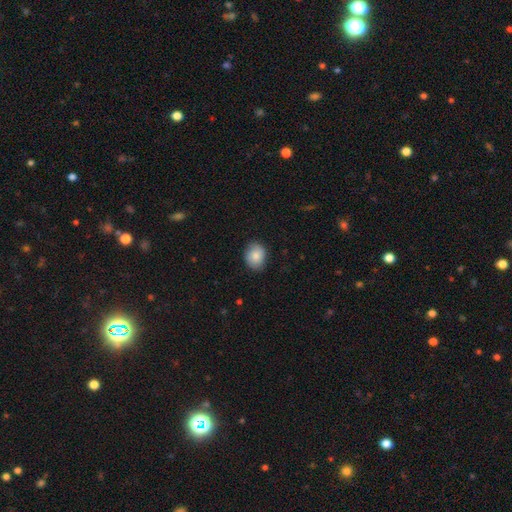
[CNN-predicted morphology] smooth_or_featured: smooth (p=0.83) [alt: featured or disk p=0.10]
how_rounded: round (p=0.55) [alt: in between p=0.44]
merging: none (p=0.83) [alt: minor disturbance p=0.13]